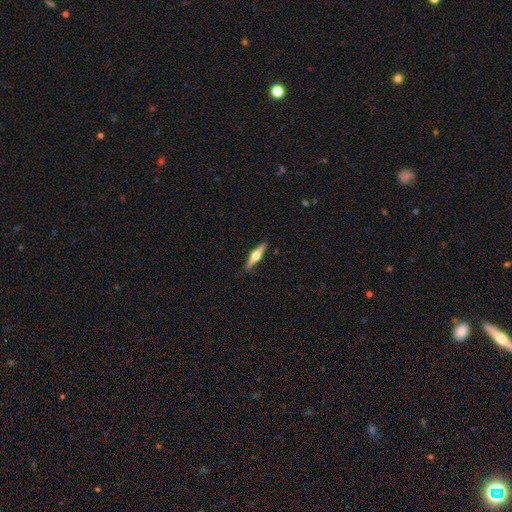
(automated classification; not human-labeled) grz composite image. It shows a featured or disk galaxy (66%) viewed edge-on (97%) with a rounded central bulge (94%). Merging: none (89%).